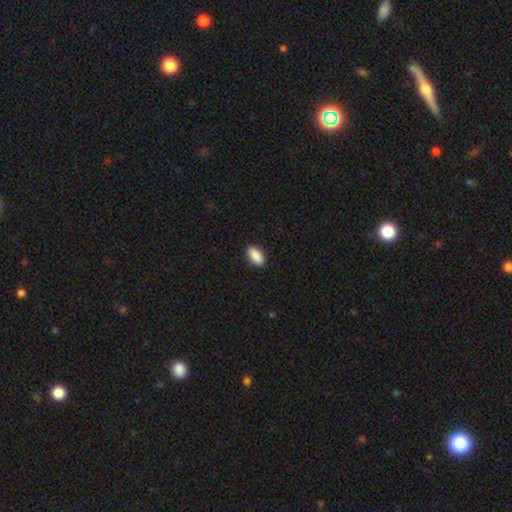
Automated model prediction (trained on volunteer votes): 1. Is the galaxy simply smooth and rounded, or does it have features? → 90% smooth, 7% star or artifact, 3% featured or disk.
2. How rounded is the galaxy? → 91% in between, 6% cigar-shaped, 3% round.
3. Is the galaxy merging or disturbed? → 90% none, 7% minor disturbance, 2% major disturbance, 1% merger.